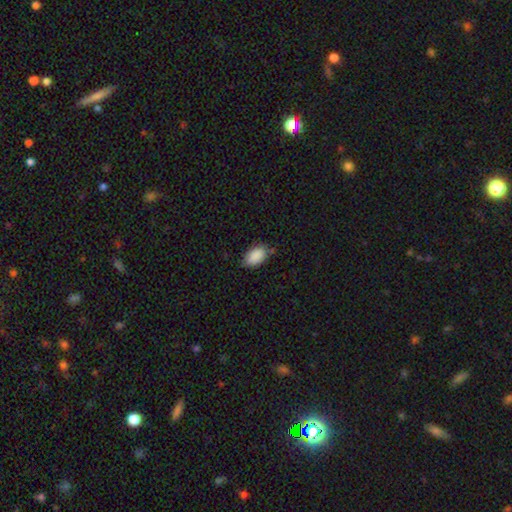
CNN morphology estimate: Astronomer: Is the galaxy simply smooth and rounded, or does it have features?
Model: smooth — 89%.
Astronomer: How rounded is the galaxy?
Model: in between — 93%.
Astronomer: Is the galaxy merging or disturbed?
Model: none — 69%.